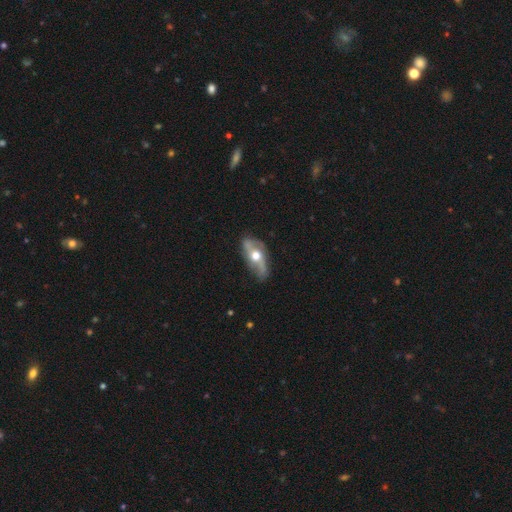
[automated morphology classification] A featured or disk galaxy (69%) with no bar (69%), spiral arms (67%) and a moderate central bulge (68%). Merging: none (64%).